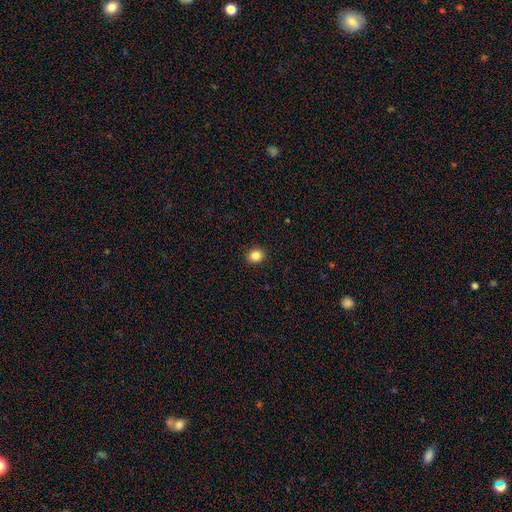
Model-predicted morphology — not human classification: This appears to be a smooth galaxy with no disk features (85%) that is round (71%). Merging: none (92%).